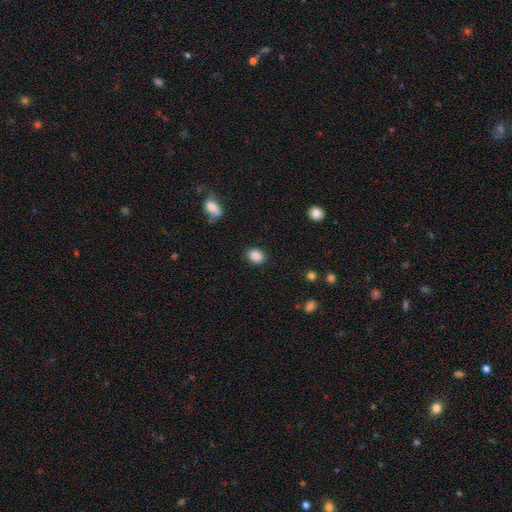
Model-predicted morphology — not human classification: A smooth galaxy with no disk features (86%) that is in between round and cigar-shaped (60%). Merging: none (88%).